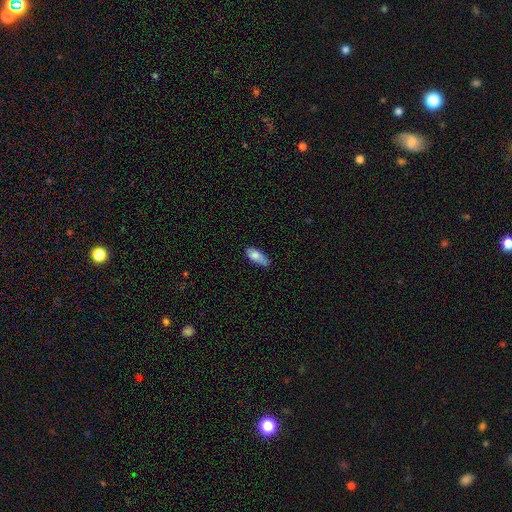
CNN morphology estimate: smooth-or-featured: smooth: 81% | featured or disk: 13% | star or artifact: 7%
  how-rounded: in between: 81% | cigar-shaped: 17% | round: 2%
  merging: none: 58% | minor disturbance: 33% | major disturbance: 6% | merger: 3%